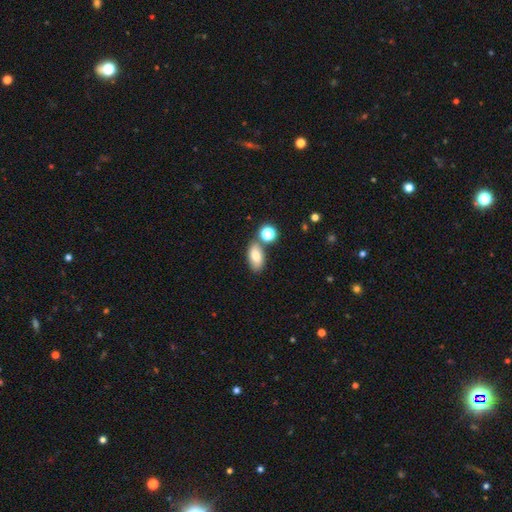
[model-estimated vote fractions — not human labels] A smooth galaxy with no disk features (75%) that is in between round and cigar-shaped (88%).

Vote fractions:
- Smooth or featured? smooth: 75% / featured or disk: 15% / star or artifact: 10%
- How rounded? in between: 88% / round: 9% / cigar-shaped: 3%
- Merging? none: 67% / merger: 16% / minor disturbance: 14% / major disturbance: 4%